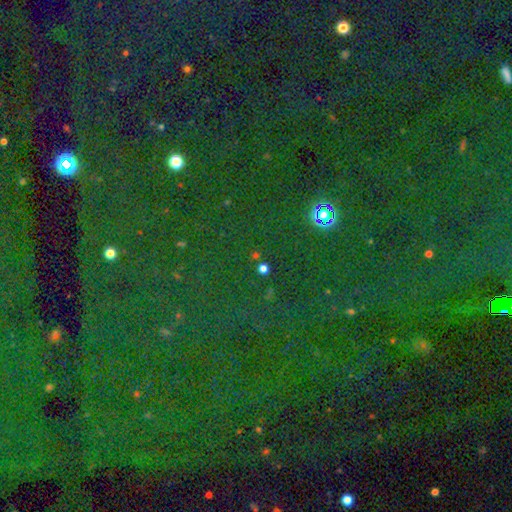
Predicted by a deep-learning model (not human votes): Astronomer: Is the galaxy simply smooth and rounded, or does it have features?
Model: star or artifact — 79%.